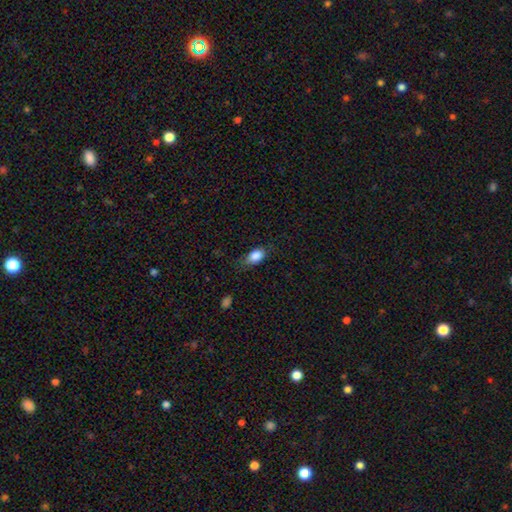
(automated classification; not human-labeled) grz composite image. It shows a smooth galaxy with no disk features (85%) that is in between round and cigar-shaped (84%). Merging: none (65%).